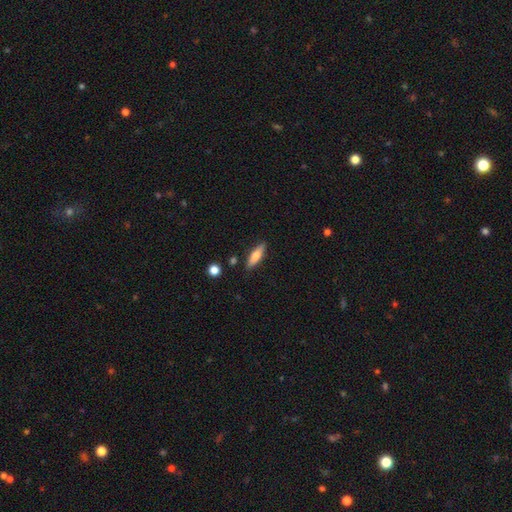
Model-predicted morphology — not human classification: Q: Smooth or featured?
A: smooth (70%); runner-up: featured or disk (24%)
Q: How rounded?
A: cigar-shaped (57%); runner-up: in between (41%)
Q: Merging?
A: none (85%); runner-up: minor disturbance (10%)